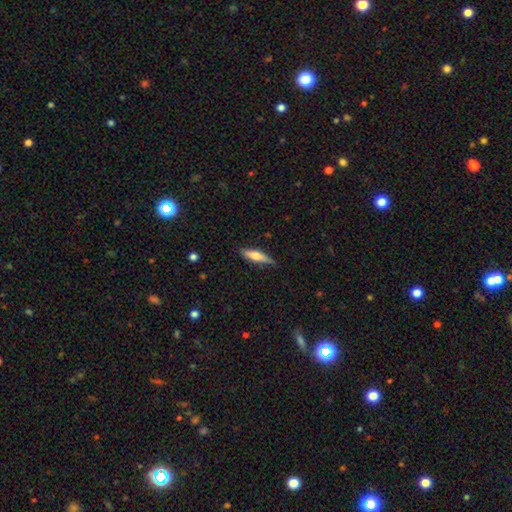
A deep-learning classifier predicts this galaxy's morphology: smooth 57%, featured or disk 37%, star or artifact 6%. Down the decision tree: how rounded — cigar-shaped (70%); merging — none (77%).